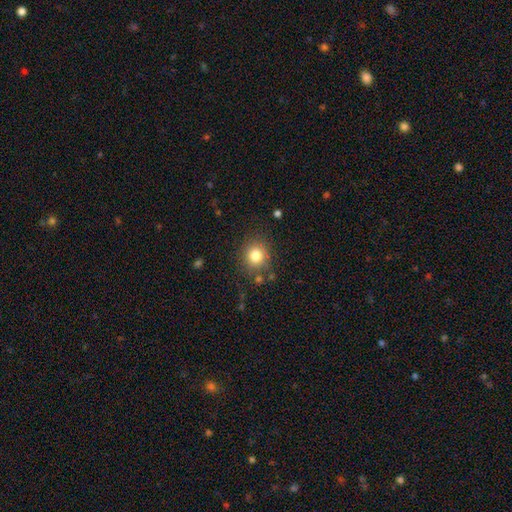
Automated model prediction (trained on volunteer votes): Smooth or featured? smooth (81%)
How rounded? round (84%)
Merging? none (81%)